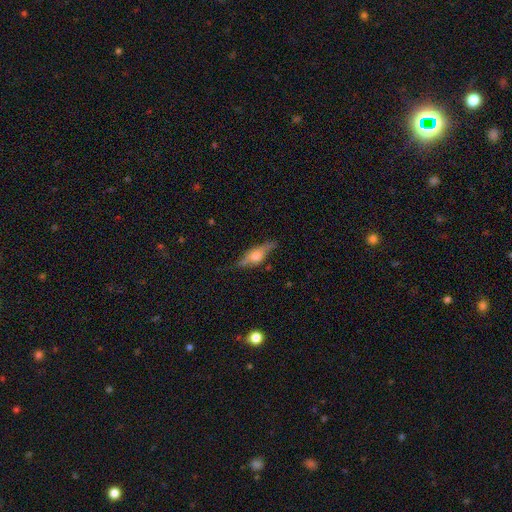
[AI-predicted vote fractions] Smooth or featured: featured or disk — 60% (smooth — 33%)
Edge-on disk: yes — 89% (no — 11%)
Edge-on bulge: rounded — 90% (boxy — 8%)
Merging: none — 77% (minor disturbance — 18%)